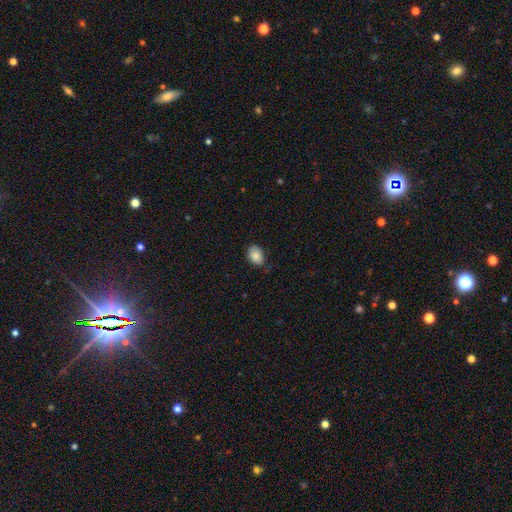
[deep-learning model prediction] smooth 86%, star or artifact 8%, featured or disk 6%. Down the decision tree: how rounded — in between (75%); merging — none (70%).